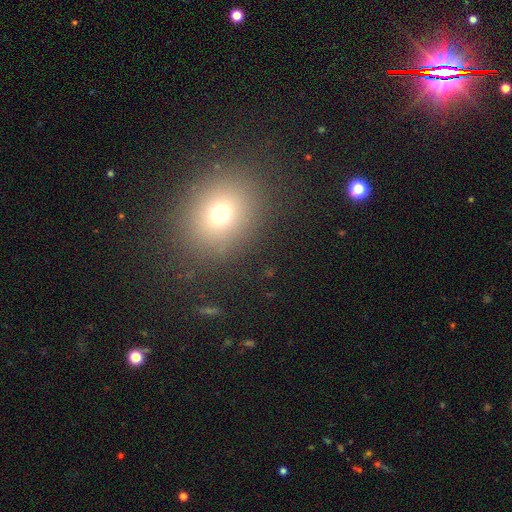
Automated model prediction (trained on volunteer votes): Morphology: type=smooth (63%); roundness=round (65%); merging=none (89%).